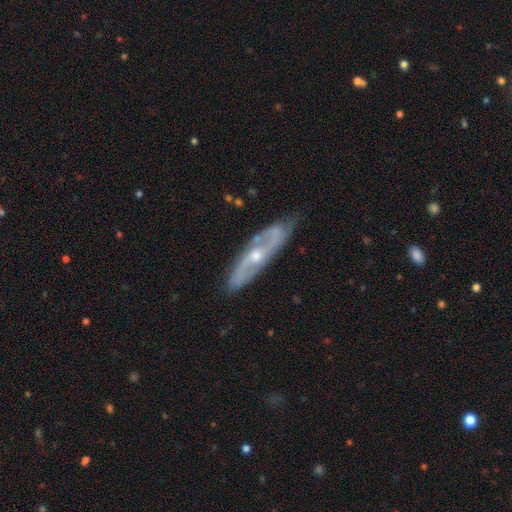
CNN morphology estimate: smooth_or_featured: featured or disk (p=0.81) [alt: smooth p=0.14]
disk_edge_on: no (p=0.75) [alt: yes p=0.25]
bar: no (p=0.56) [alt: weak p=0.34]
has_spiral_arms: yes (p=0.91) [alt: no p=0.09]
spiral_winding: medium (p=0.46) [alt: loose p=0.29]
spiral_arm_count: 2 (p=0.78) [alt: can't tell p=0.13]
bulge_size: moderate (p=0.52) [alt: small p=0.44]
merging: none (p=0.76) [alt: minor disturbance p=0.18]